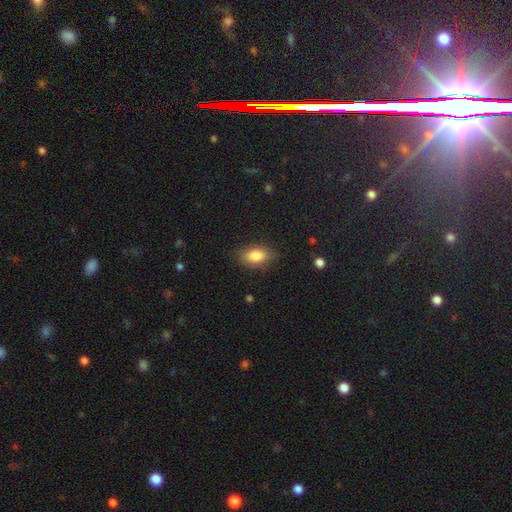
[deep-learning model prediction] Overall: smooth (84%). How rounded: in between (88%). Merging: none (84%).